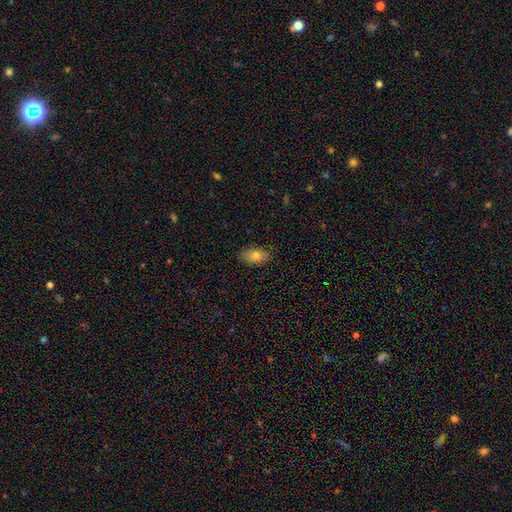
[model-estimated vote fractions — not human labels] Q: Smooth or featured?
A: smooth (77%); runner-up: featured or disk (14%)
Q: How rounded?
A: in between (90%); runner-up: round (7%)
Q: Merging?
A: none (84%); runner-up: minor disturbance (13%)